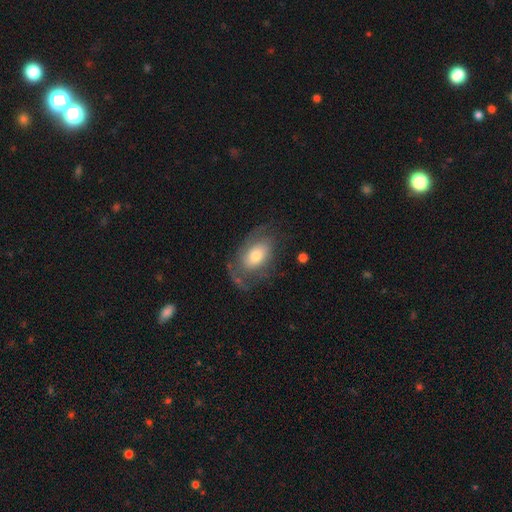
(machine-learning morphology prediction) Smooth or featured? Predicted: featured or disk (p=0.55). Edge-on disk? Predicted: no (p=0.94). Bar? Predicted: no (p=0.73). Spiral arms? Predicted: yes (p=0.70). Bulge size? Predicted: moderate (p=0.58). Merging? Predicted: none (p=0.53).